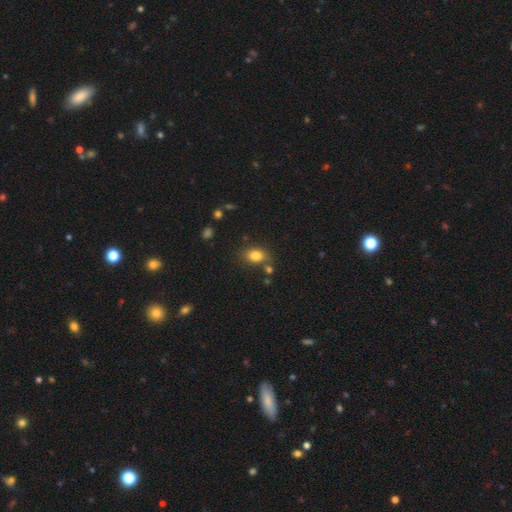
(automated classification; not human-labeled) This is clearly a smooth galaxy (82%). How rounded: likely in between (71%). Merging: likely none (71%).